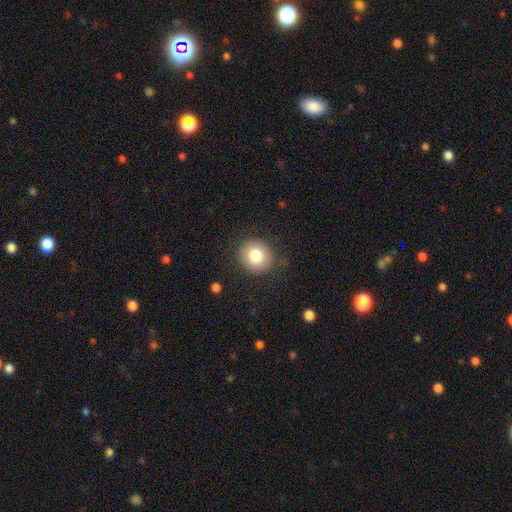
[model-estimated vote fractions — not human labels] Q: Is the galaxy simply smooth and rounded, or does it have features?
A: smooth — 81%.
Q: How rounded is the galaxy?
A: round — 83%.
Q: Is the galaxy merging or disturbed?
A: none — 85%.